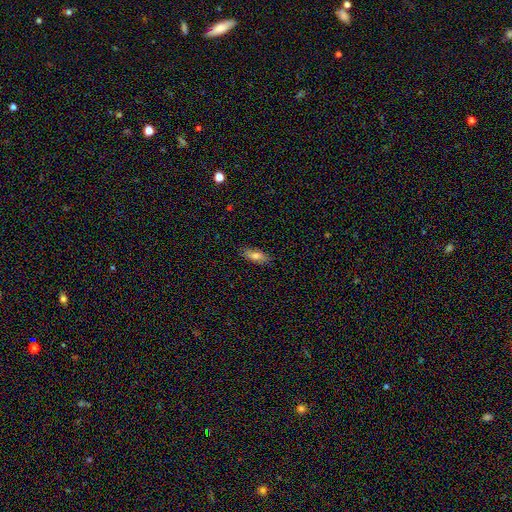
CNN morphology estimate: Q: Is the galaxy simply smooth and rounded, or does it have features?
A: smooth — 76%.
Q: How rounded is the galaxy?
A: in between — 74%.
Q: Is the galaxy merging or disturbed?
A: none — 86%.